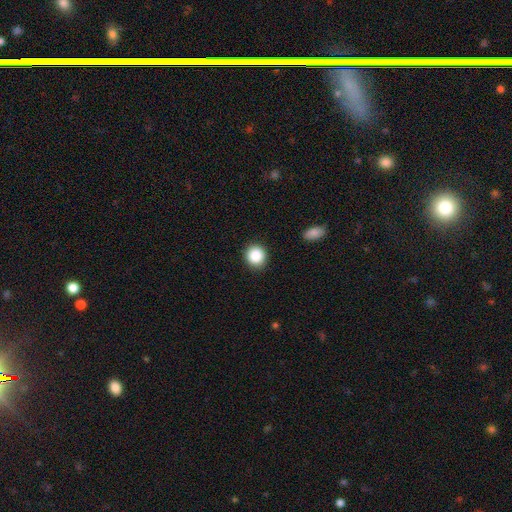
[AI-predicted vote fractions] Smooth or featured? Predicted: smooth (p=0.87). How rounded? Predicted: round (p=0.89). Merging? Predicted: none (p=0.91).